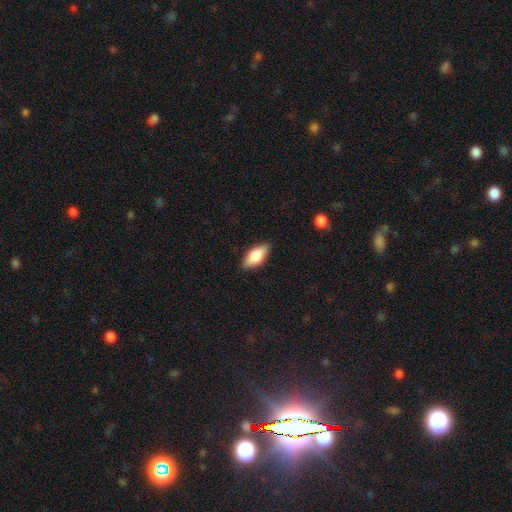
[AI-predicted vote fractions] Overall: smooth (78%). How rounded: in between (86%). Merging: none (87%).